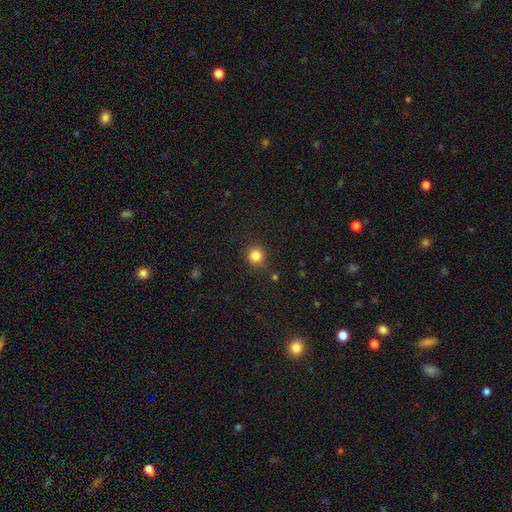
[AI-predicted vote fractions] Morphology: type=smooth (84%); roundness=round (93%); merging=none (88%).